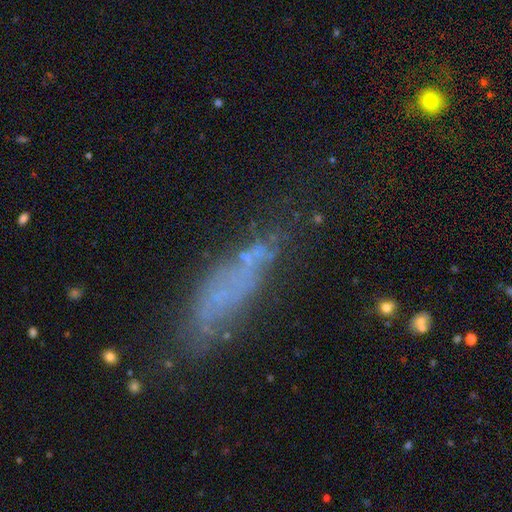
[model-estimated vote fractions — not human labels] Morphology: type=featured or disk (41%); merging=none (57%).